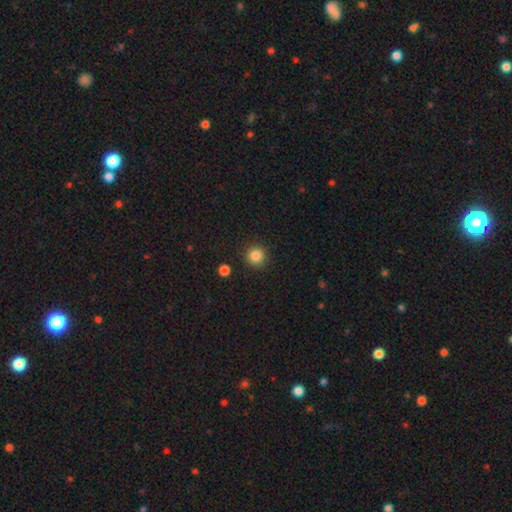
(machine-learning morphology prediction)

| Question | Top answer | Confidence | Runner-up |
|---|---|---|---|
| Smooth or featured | smooth | 85% | star or artifact (11%) |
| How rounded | round | 95% | in between (4%) |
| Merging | none | 91% | minor disturbance (5%) |